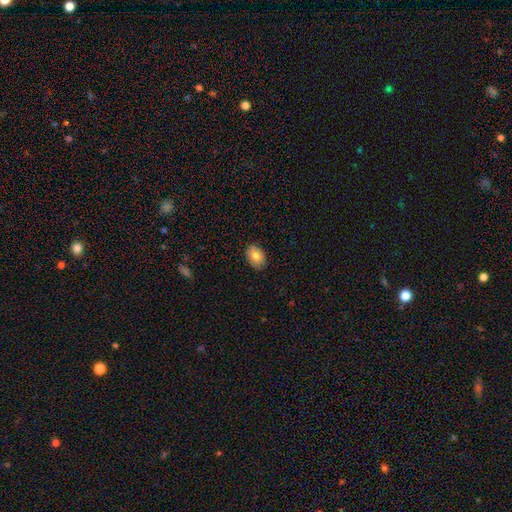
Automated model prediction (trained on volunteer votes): Smooth or featured? Predicted: smooth (p=0.83). How rounded? Predicted: in between (p=0.78). Merging? Predicted: none (p=0.87).